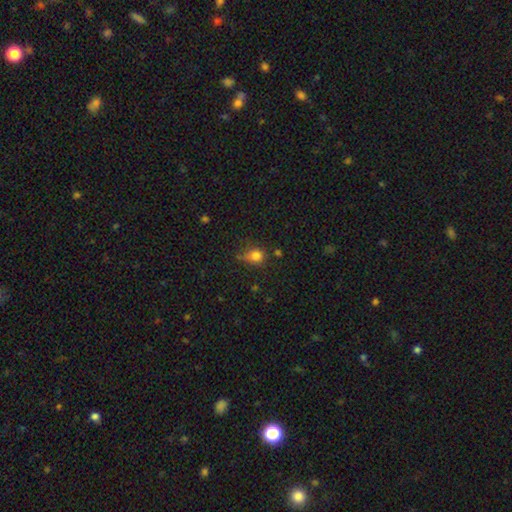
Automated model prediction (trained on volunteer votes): A smooth galaxy with no disk features (76%) that is round (68%).

Vote fractions:
- Smooth or featured? smooth: 76% / star or artifact: 15% / featured or disk: 9%
- How rounded? round: 68% / in between: 30% / cigar-shaped: 2%
- Merging? none: 51% / minor disturbance: 29% / major disturbance: 13% / merger: 6%